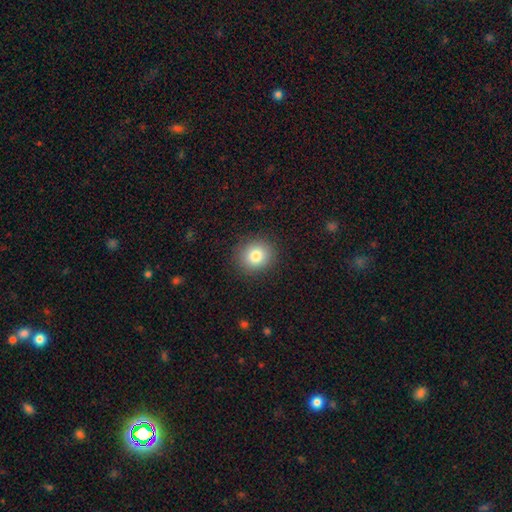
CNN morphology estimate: Overall: smooth (82%). How rounded: round (81%). Merging: none (89%).